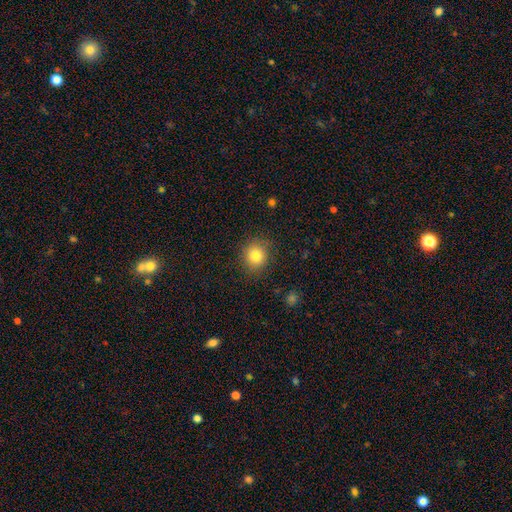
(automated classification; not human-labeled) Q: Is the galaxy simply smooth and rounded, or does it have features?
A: smooth — 82%.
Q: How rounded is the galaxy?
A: round — 84%.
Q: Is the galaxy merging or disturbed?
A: none — 87%.